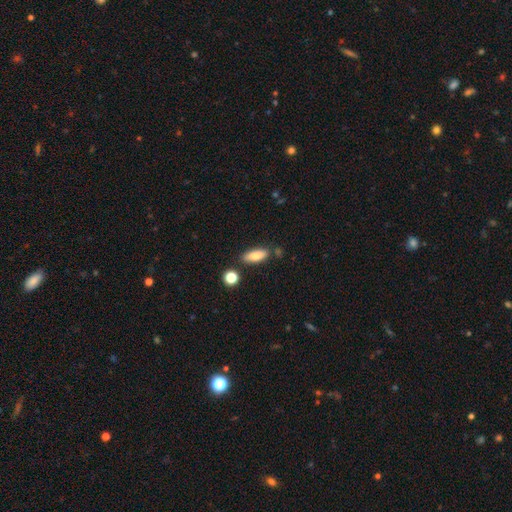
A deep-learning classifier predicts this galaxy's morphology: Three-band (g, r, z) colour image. It shows a smooth galaxy with no disk features (80%) that is in between round and cigar-shaped (69%). Merging: none (79%).